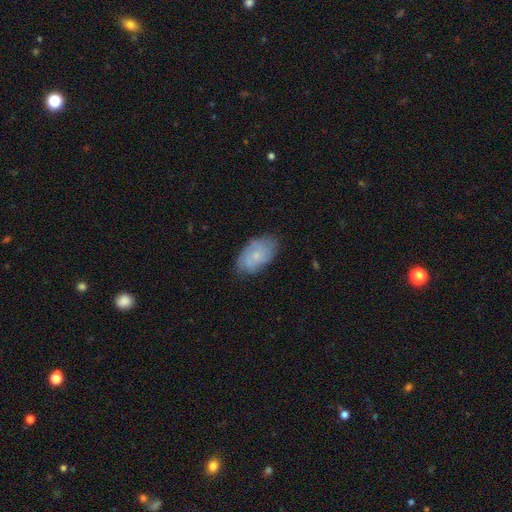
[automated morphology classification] The model was most divided on "smooth or featured": smooth: 56%, featured or disk: 37%, star or artifact: 7%. More confident: how rounded — in between (93%); merging — none (74%).